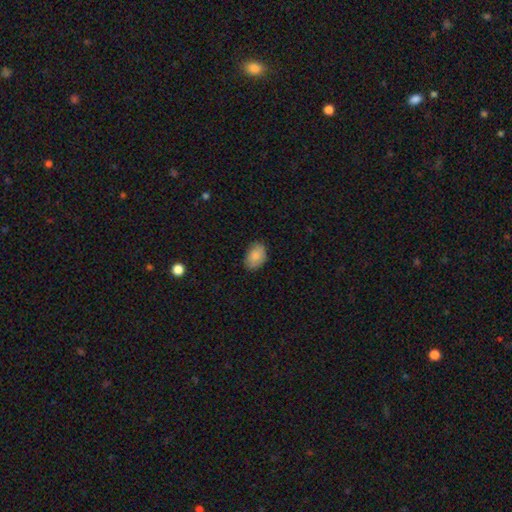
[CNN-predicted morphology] A smooth galaxy with no disk features (86%) that is in between round and cigar-shaped (84%). Merging: none (84%).